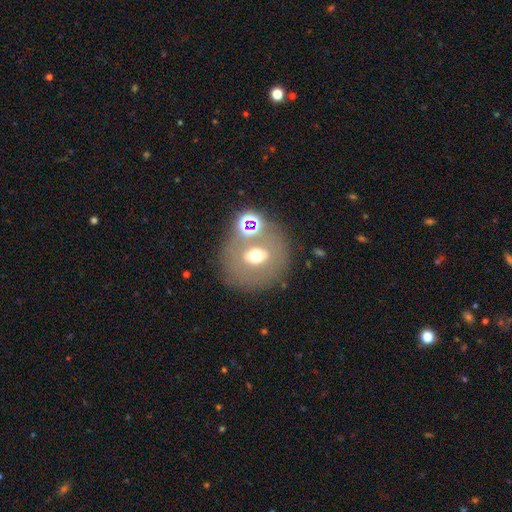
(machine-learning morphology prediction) Smooth or featured? smooth (50%)
How rounded? round (73%)
Merging? none (68%)